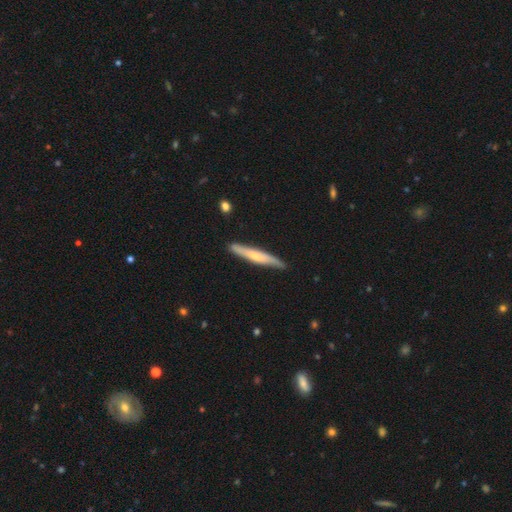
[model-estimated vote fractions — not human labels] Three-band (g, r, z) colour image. It shows a smooth galaxy with no disk features (50%) that is cigar-shaped (94%). Merging: none (84%).